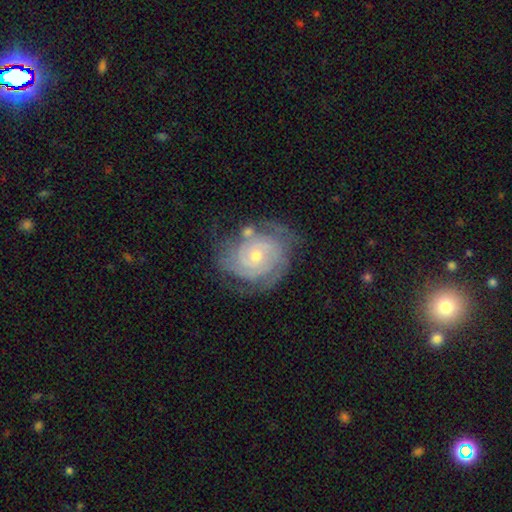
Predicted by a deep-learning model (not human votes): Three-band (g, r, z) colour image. It shows a featured or disk galaxy (85%) with no bar (76%), tight (75%) spiral arms (95%) and a small central bulge (60%). Merging: none (66%).